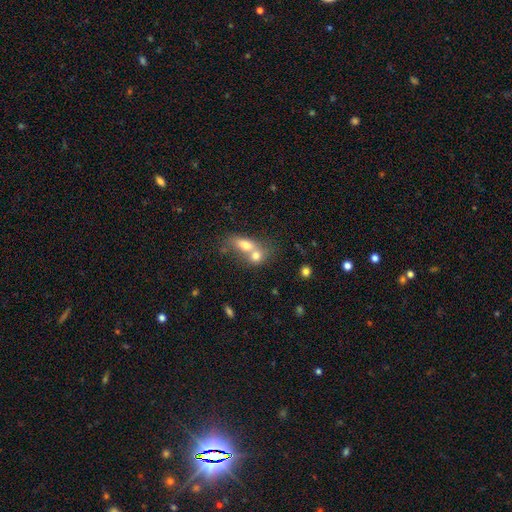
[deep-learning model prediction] smooth 71%, featured or disk 19%, star or artifact 9%. Down the decision tree: how rounded — in between (56%); merging — merger (73%).